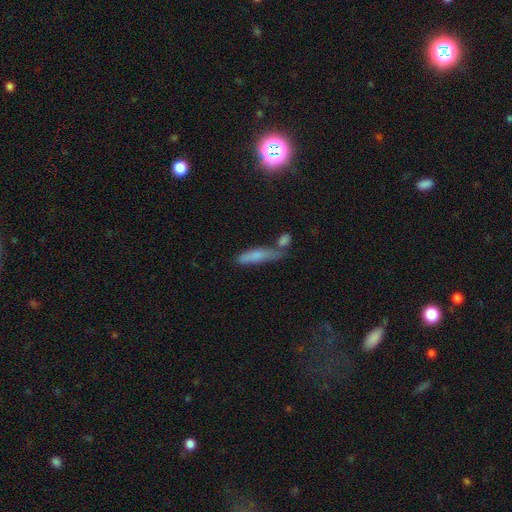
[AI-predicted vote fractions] This appears to be a smooth galaxy with no disk features (67%) that is cigar-shaped (75%). Merging: none (46%).